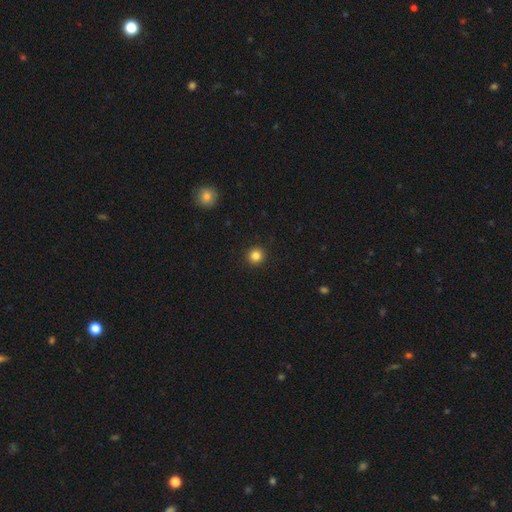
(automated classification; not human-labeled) smooth-or-featured: smooth: 84% | star or artifact: 12% | featured or disk: 4%
  how-rounded: round: 95% | in between: 4% | cigar-shaped: 1%
  merging: none: 93% | minor disturbance: 4% | major disturbance: 2% | merger: 1%